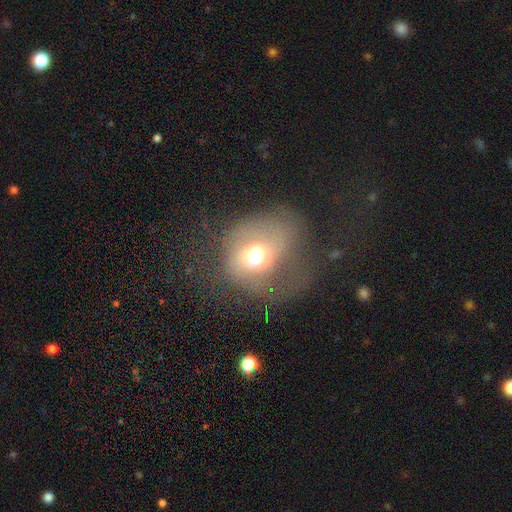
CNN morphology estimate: Smooth or featured? Predicted: smooth (p=0.56). How rounded? Predicted: round (p=0.68). Merging? Predicted: major disturbance (p=0.42).